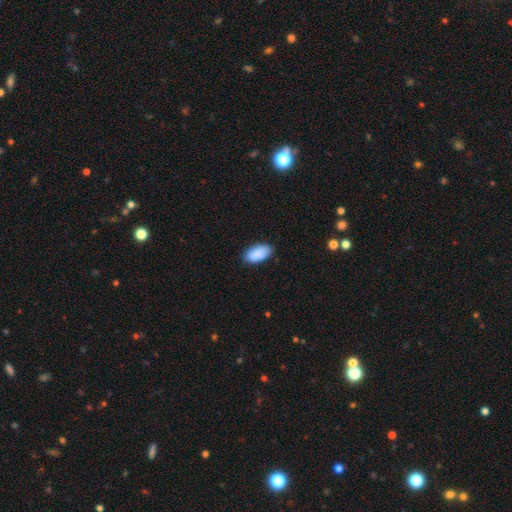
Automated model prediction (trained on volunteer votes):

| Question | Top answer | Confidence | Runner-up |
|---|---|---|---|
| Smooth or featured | smooth | 89% | star or artifact (6%) |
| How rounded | in between | 95% | cigar-shaped (3%) |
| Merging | none | 81% | minor disturbance (16%) |